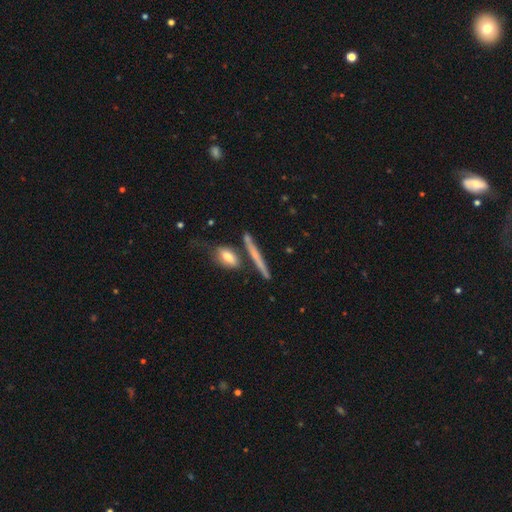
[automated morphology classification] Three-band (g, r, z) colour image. It shows a smooth galaxy with no disk features (47%). Merging: none (70%).